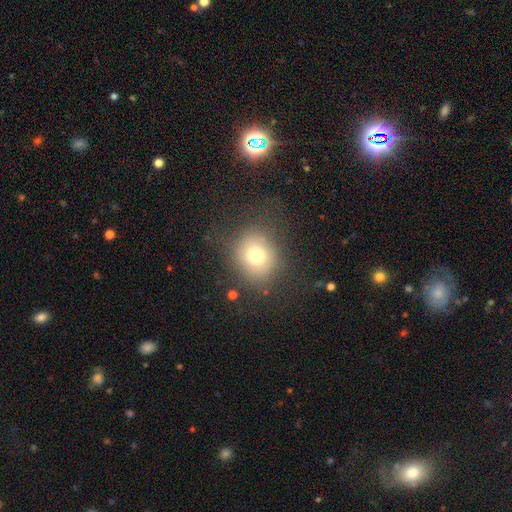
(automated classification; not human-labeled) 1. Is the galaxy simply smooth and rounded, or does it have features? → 73% smooth, 14% star or artifact, 13% featured or disk.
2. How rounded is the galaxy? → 72% round, 27% in between, 1% cigar-shaped.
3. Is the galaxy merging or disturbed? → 76% none, 14% minor disturbance, 8% major disturbance, 2% merger.